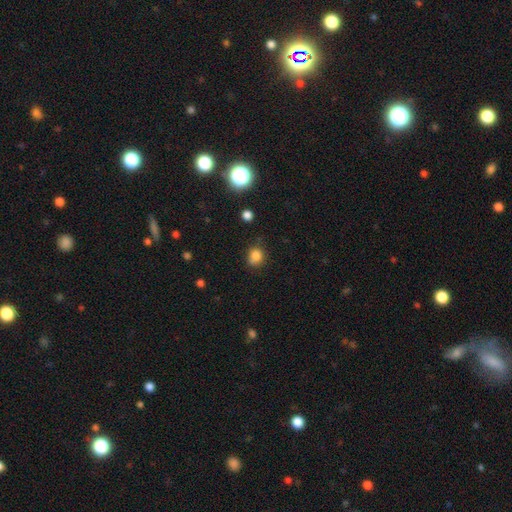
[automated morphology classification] smooth-or-featured: smooth: 82% | star or artifact: 13% | featured or disk: 5%
  how-rounded: round: 69% | in between: 30% | cigar-shaped: 1%
  merging: none: 69% | minor disturbance: 22% | major disturbance: 5% | merger: 4%